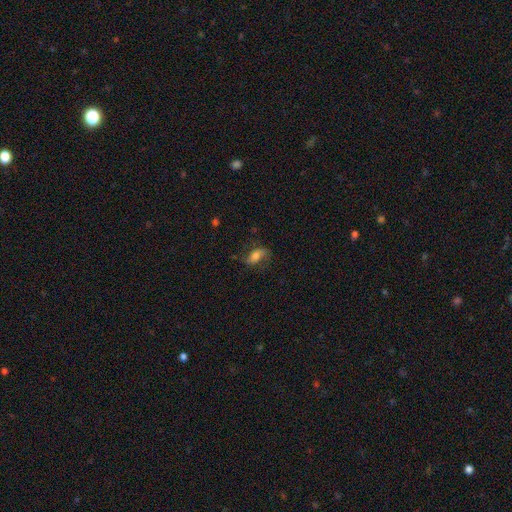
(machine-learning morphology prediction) Smooth or featured: smooth — 45% (featured or disk — 44%)
Merging: none — 66% (minor disturbance — 20%)